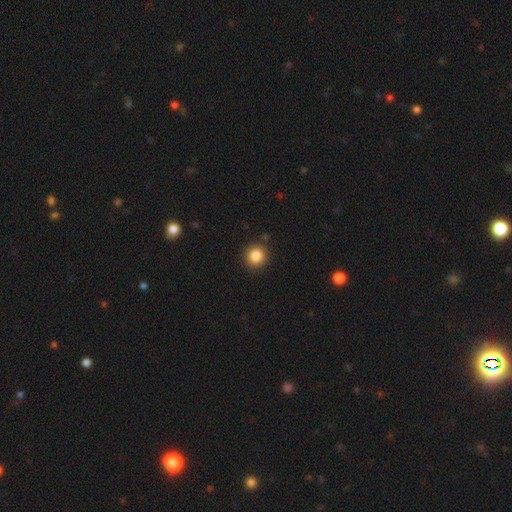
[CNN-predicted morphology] Smooth or featured? Predicted: smooth (p=0.85). How rounded? Predicted: round (p=0.93). Merging? Predicted: none (p=0.90).